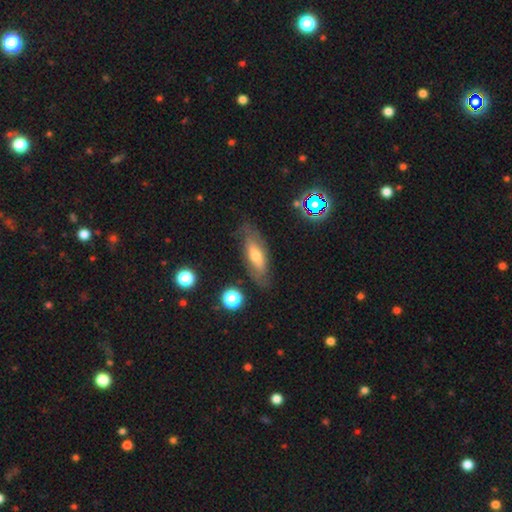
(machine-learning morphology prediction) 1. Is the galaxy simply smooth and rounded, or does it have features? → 46% featured or disk, 45% smooth, 9% star or artifact.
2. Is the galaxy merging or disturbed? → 74% none, 18% minor disturbance, 6% major disturbance, 2% merger.